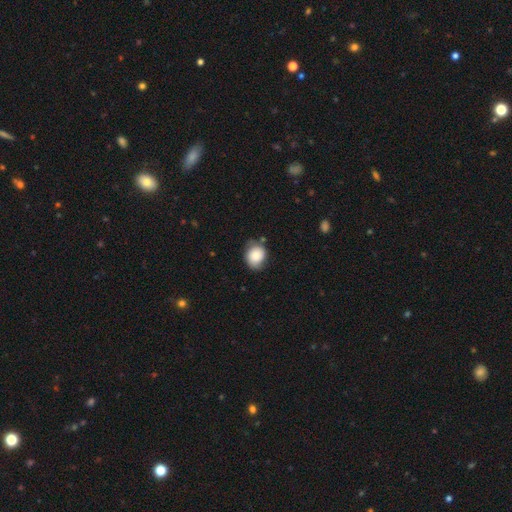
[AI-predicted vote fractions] Smooth or featured? smooth (78%)
How rounded? round (63%)
Merging? none (62%)